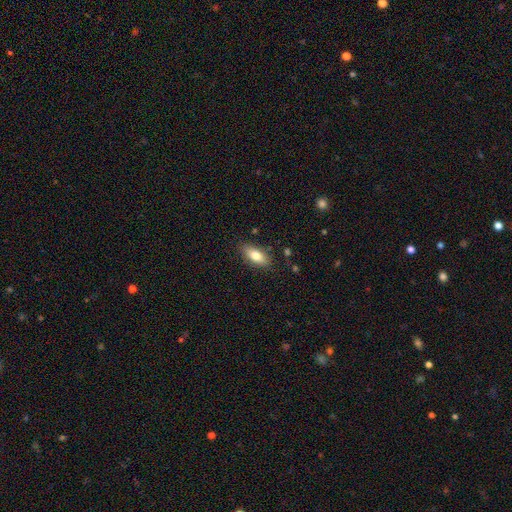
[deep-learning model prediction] smooth 79%, featured or disk 14%, star or artifact 7%. Down the decision tree: how rounded — in between (85%); merging — none (84%).